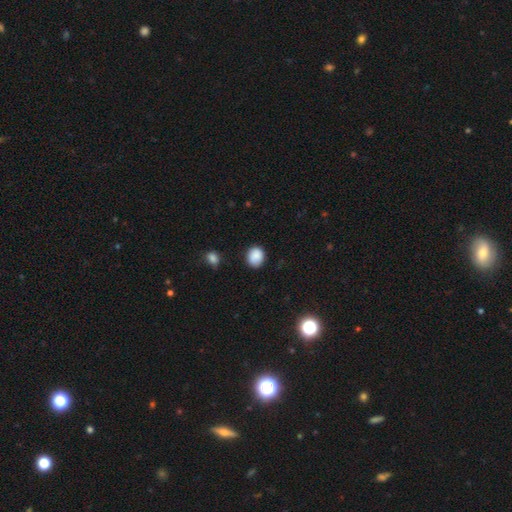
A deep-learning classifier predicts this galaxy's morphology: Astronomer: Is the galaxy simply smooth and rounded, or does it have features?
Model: smooth — 88%.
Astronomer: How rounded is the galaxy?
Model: round — 70%.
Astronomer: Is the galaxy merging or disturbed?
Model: none — 81%.